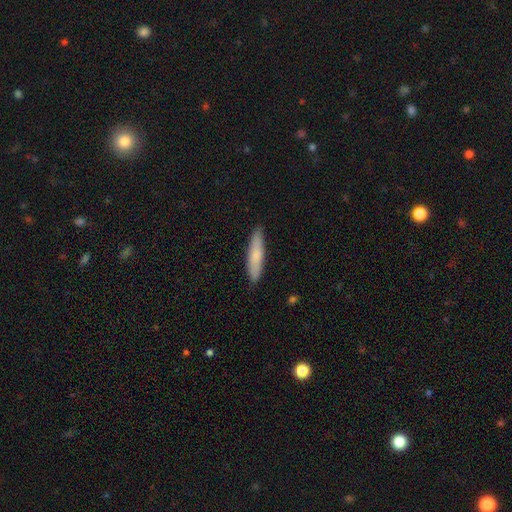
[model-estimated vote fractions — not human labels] This is likely a smooth galaxy (77%). How rounded: clearly cigar-shaped (85%). Merging: clearly none (88%).